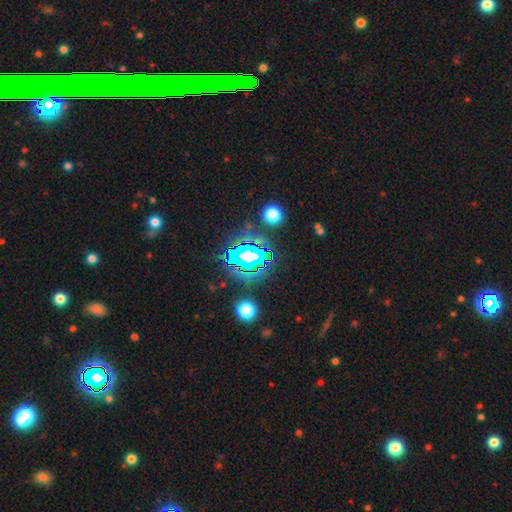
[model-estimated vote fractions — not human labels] smooth_or_featured: star or artifact (p=0.80) [alt: smooth p=0.11]